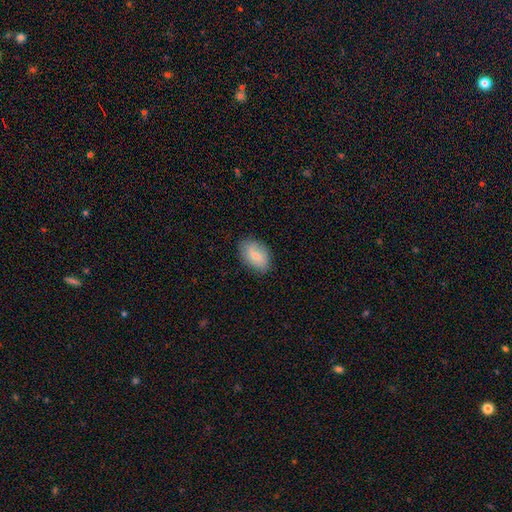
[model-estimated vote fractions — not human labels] Smooth or featured?
  - smooth: 76% *
  - featured or disk: 17%
  - star or artifact: 7%
How rounded?
  - in between: 91% *
  - round: 7%
  - cigar-shaped: 2%
Merging?
  - none: 81% *
  - minor disturbance: 15%
  - major disturbance: 3%
  - merger: 1%